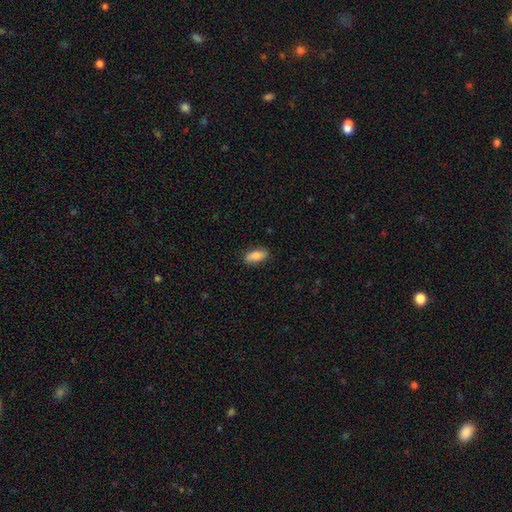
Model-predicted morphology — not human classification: This is clearly a smooth galaxy (82%). How rounded: clearly in between (84%). Merging: clearly none (85%).